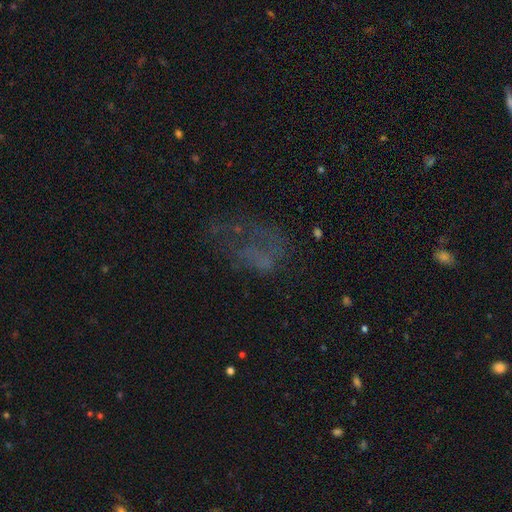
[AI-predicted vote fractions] The model was most divided on "merging": major disturbance: 43%, none: 37%, minor disturbance: 16%, merger: 4%. Remaining: smooth or featured — featured or disk (38%).